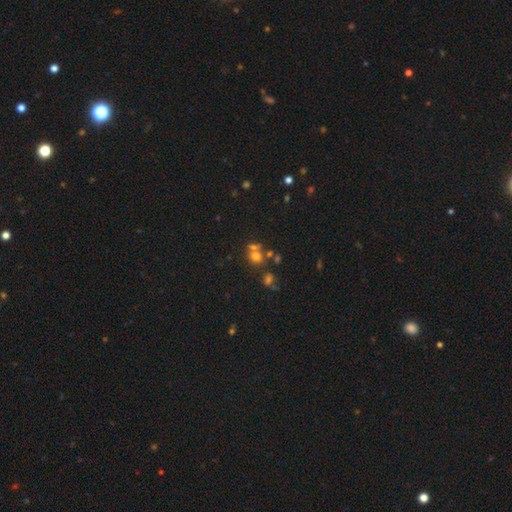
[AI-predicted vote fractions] Smooth or featured?
  - smooth: 63% *
  - star or artifact: 23%
  - featured or disk: 13%
How rounded?
  - round: 75% *
  - in between: 24%
  - cigar-shaped: 1%
Merging?
  - none: 50% *
  - merger: 36%
  - minor disturbance: 9%
  - major disturbance: 5%